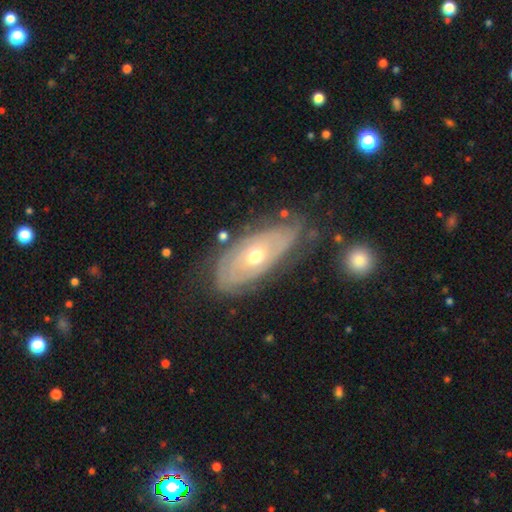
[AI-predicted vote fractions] This appears to be a featured or disk galaxy (78%) with no bar (81%), tight (79%) spiral arms (81%) and a moderate central bulge (61%). Merging: none (71%).